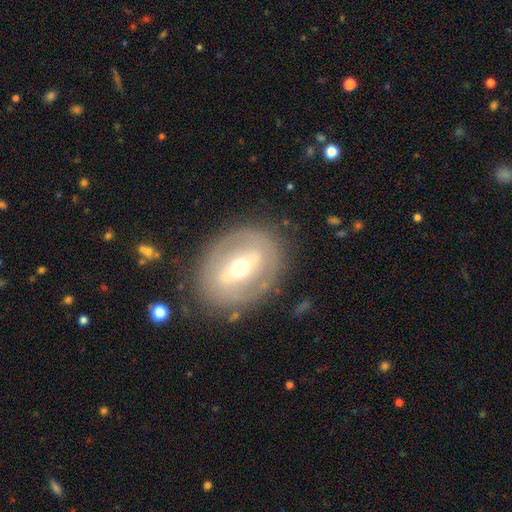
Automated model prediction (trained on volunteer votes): Smooth or featured? Predicted: featured or disk (p=0.65). Edge-on disk? Predicted: no (p=0.89). Bar? Predicted: strong (p=0.50). Spiral arms? Predicted: no (p=0.76). Bulge size? Predicted: moderate (p=0.68). Merging? Predicted: none (p=0.82).